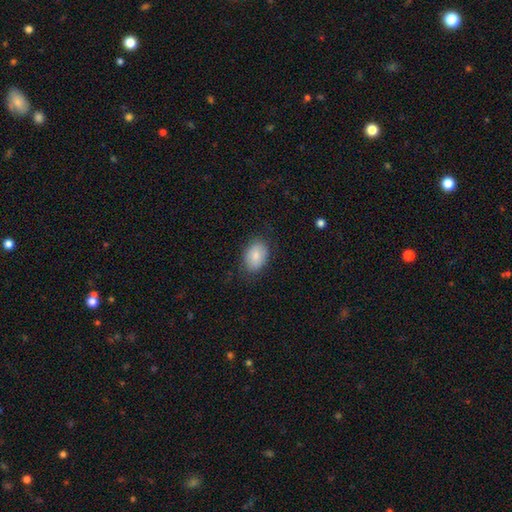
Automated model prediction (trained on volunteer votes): A smooth galaxy with no disk features (84%) that is in between round and cigar-shaped (81%). Merging: none (80%).